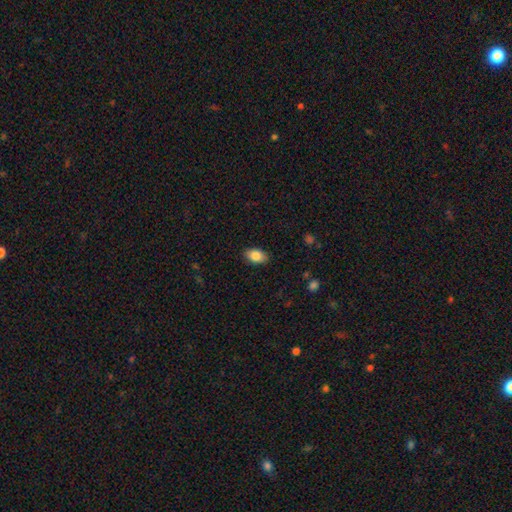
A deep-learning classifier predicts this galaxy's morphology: This is clearly a smooth galaxy (86%). How rounded: clearly in between (89%). Merging: clearly none (86%).